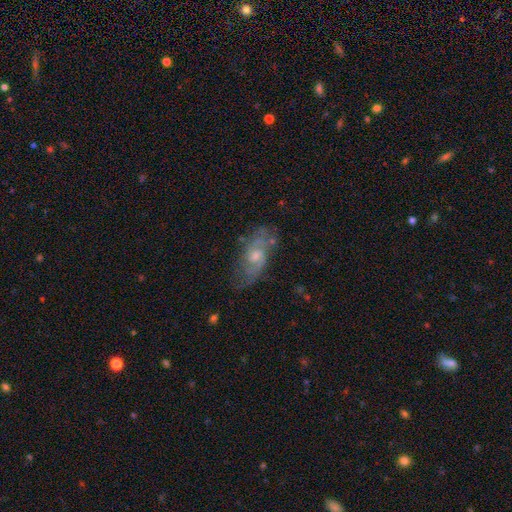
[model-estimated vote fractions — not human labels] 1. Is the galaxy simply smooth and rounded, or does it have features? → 74% featured or disk, 18% smooth, 9% star or artifact.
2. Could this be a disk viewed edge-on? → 92% no, 8% yes.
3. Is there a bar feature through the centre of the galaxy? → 57% no, 37% weak, 5% strong.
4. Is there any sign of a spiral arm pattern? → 88% yes, 12% no.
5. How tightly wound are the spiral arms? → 48% medium, 28% tight, 24% loose.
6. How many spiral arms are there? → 71% 2, 19% can't tell, 4% 3, 3% 1, 2% 4, 2% more than 4.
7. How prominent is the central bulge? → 49% moderate, 41% small, 5% none, 4% large, 1% dominant.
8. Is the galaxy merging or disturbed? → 69% none, 20% minor disturbance, 9% major disturbance, 2% merger.